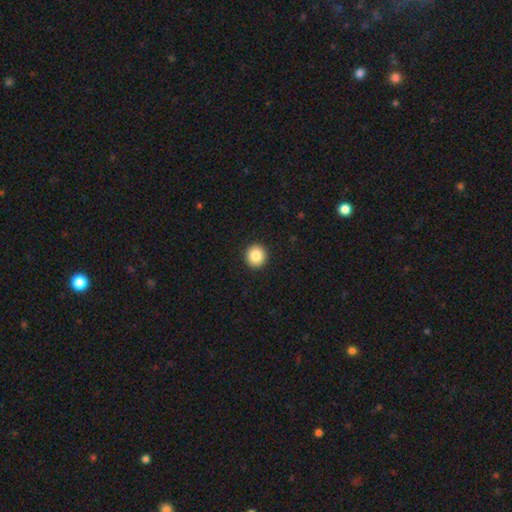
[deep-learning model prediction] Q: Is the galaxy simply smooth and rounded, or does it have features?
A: smooth — 85%.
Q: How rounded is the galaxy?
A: round — 93%.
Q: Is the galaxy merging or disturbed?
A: none — 93%.